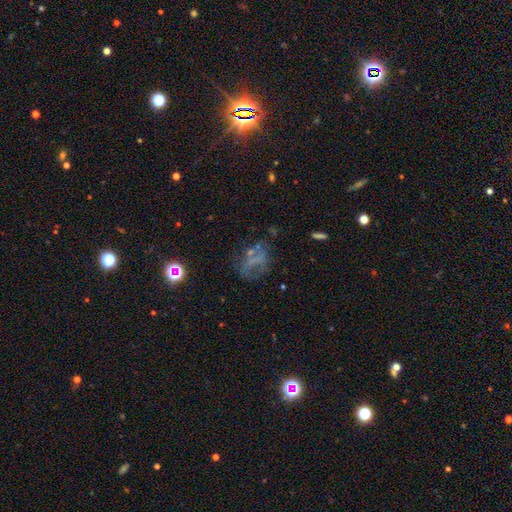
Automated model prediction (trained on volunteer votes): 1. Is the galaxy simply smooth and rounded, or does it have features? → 39% featured or disk, 33% star or artifact, 28% smooth.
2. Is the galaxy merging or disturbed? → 47% none, 28% major disturbance, 19% minor disturbance, 6% merger.